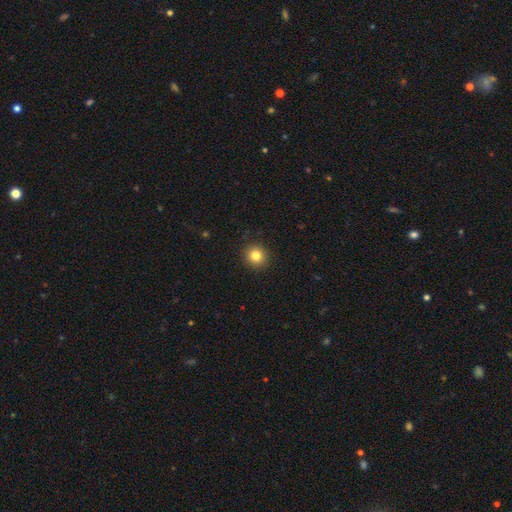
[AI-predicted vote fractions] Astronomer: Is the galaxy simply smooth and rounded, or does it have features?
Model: smooth — 83%.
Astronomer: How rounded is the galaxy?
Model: round — 88%.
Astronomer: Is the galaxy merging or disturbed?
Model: none — 91%.